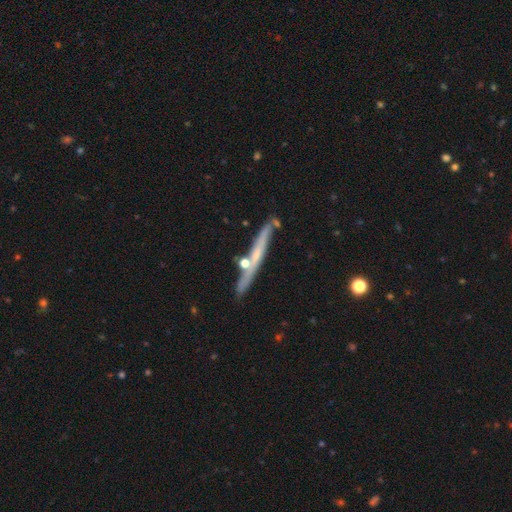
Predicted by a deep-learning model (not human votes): Smooth or featured? Predicted: featured or disk (p=0.64). Edge-on disk? Predicted: yes (p=0.93). Edge-on bulge? Predicted: none (p=0.50). Merging? Predicted: none (p=0.79).